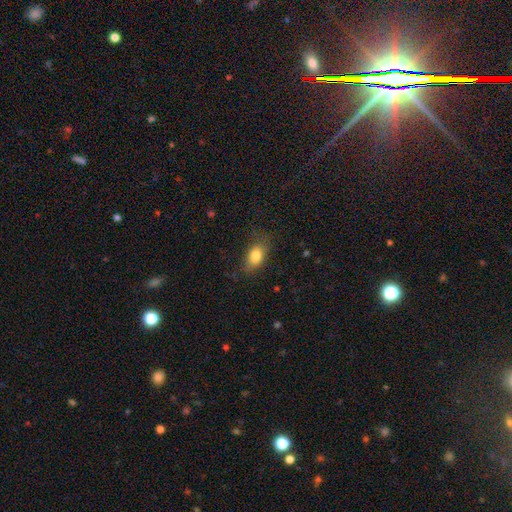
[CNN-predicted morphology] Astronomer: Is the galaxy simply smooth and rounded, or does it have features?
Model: smooth — 83%.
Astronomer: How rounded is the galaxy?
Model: in between — 83%.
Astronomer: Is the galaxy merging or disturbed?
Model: none — 73%.